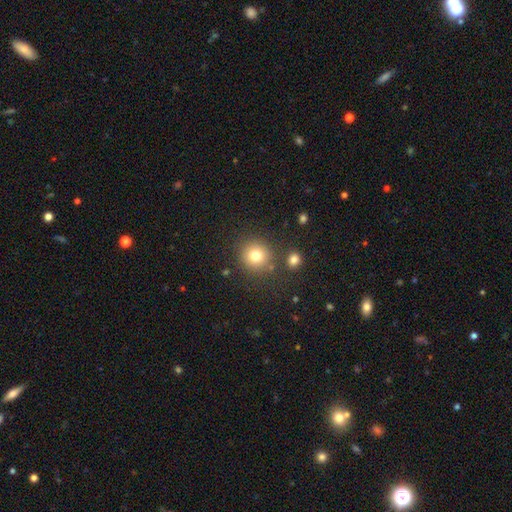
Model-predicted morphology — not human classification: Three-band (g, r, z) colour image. It shows a smooth galaxy with no disk features (79%) that is round (92%). Merging: none (83%).